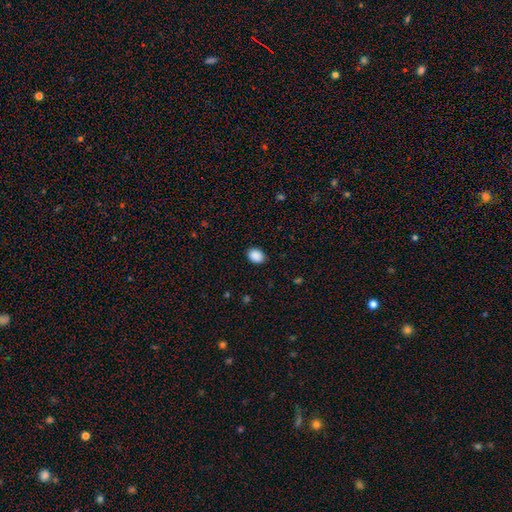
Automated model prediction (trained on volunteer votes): smooth 90%, star or artifact 8%, featured or disk 2%. Down the decision tree: how rounded — in between (63%); merging — none (89%).